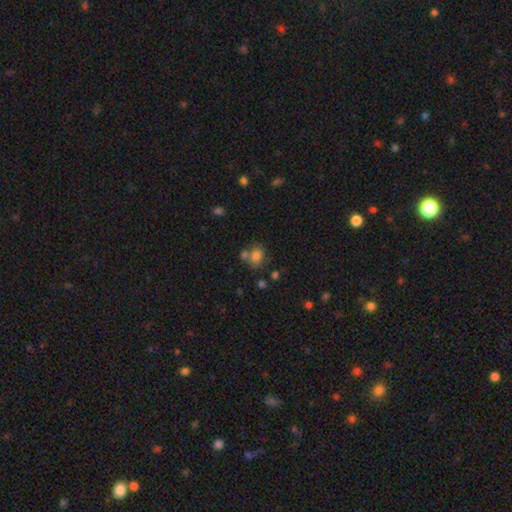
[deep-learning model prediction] Smooth or featured? Predicted: smooth (p=0.77). How rounded? Predicted: in between (p=0.57). Merging? Predicted: none (p=0.52).